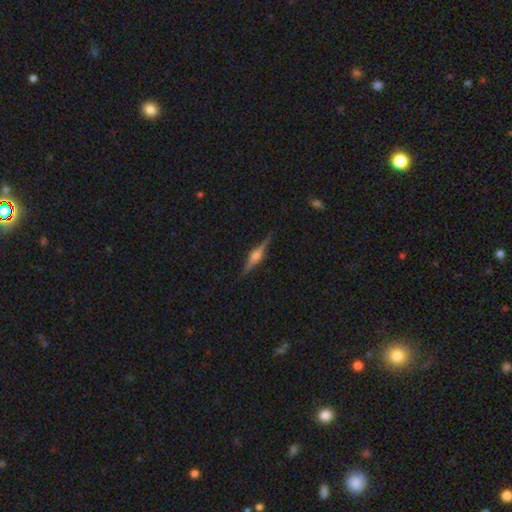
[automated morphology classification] Smooth or featured: featured or disk — 80% (smooth — 14%)
Edge-on disk: yes — 98% (no — 2%)
Edge-on bulge: rounded — 87% (boxy — 10%)
Merging: none — 89% (minor disturbance — 8%)